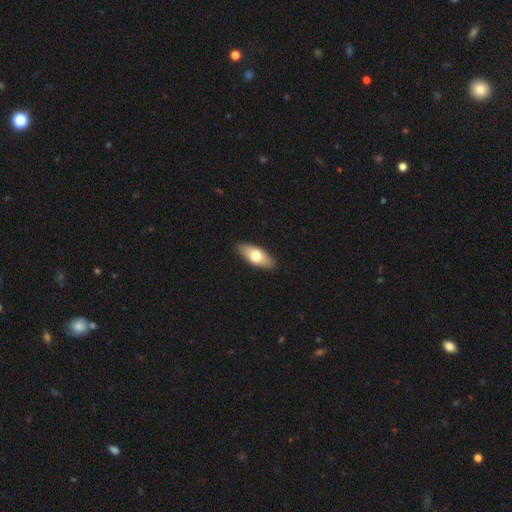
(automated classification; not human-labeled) The model was most divided on "smooth or featured": smooth: 67%, featured or disk: 27%, star or artifact: 6%. More confident: merging — none (88%); how rounded — in between (82%).